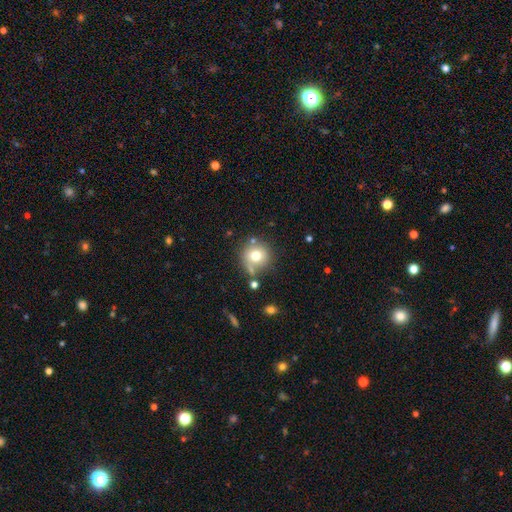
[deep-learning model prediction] This is likely a smooth galaxy (72%). How rounded: clearly round (91%). Merging: likely none (64%).